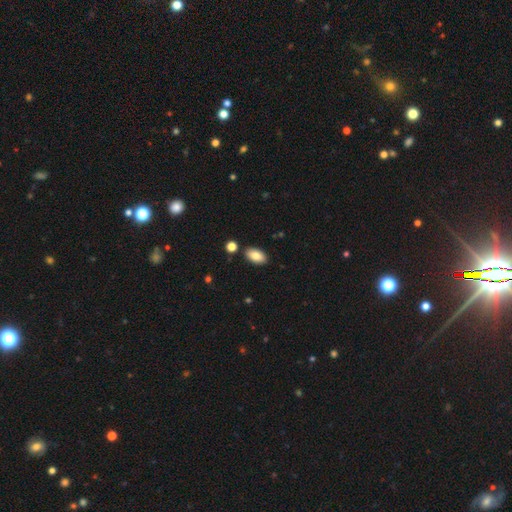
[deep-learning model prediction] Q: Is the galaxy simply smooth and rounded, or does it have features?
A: smooth — 84%.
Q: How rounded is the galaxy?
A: in between — 94%.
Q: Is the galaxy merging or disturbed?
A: none — 86%.